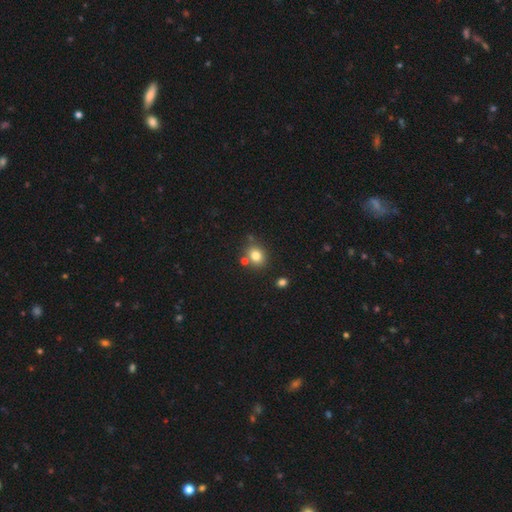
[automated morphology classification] Smooth or featured: smooth — 79% (star or artifact — 12%)
How rounded: round — 64% (in between — 35%)
Merging: none — 71% (merger — 13%)